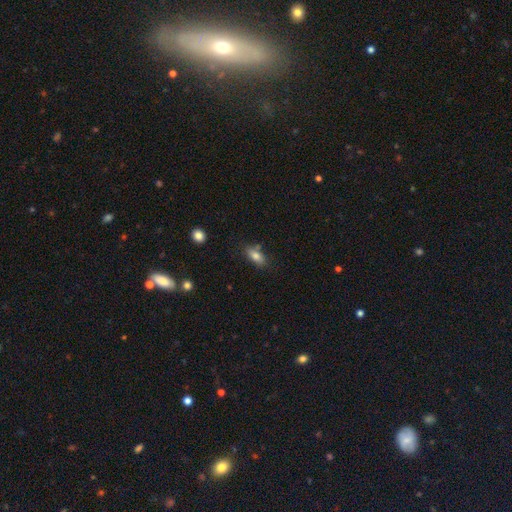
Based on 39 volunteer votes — smooth 72%, featured or disk 23%, star or artifact 5%. Down the decision tree: how rounded — in between (93%); merging — none (59%).